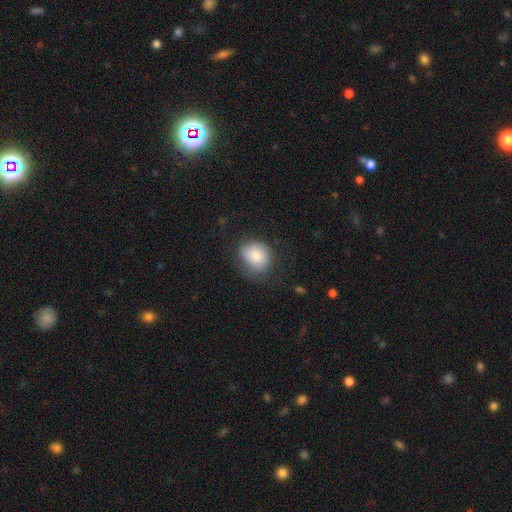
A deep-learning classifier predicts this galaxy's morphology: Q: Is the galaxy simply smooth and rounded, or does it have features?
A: smooth — 78%.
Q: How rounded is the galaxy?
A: round — 60%.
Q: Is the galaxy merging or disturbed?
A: none — 53%.